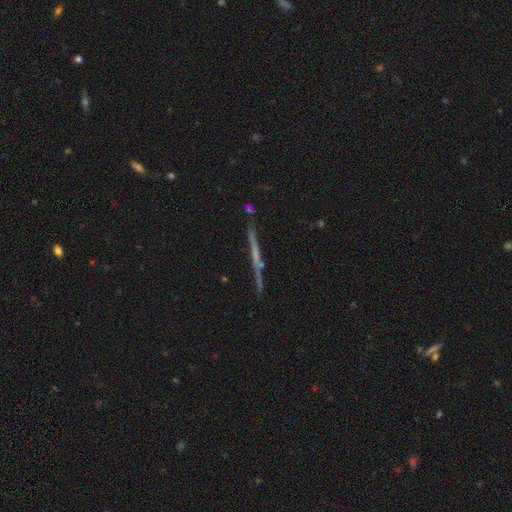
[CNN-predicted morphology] smooth_or_featured: featured or disk (p=0.69) [alt: smooth p=0.22]
disk_edge_on: yes (p=0.97) [alt: no p=0.03]
edge_on_bulge: none (p=0.64) [alt: rounded p=0.28]
merging: none (p=0.86) [alt: minor disturbance p=0.09]